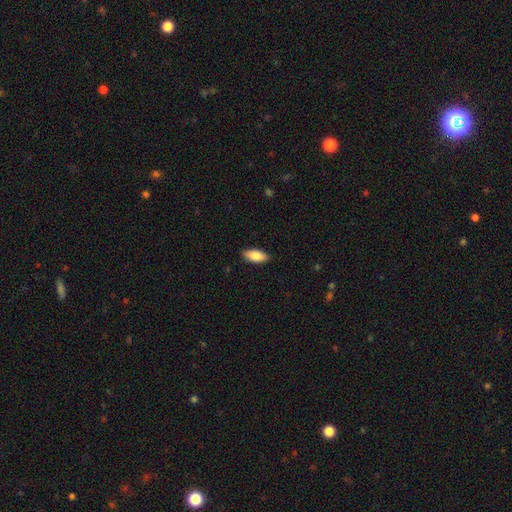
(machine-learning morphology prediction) This appears to be a smooth galaxy with no disk features (85%) that is in between round and cigar-shaped (86%). Merging: none (89%).